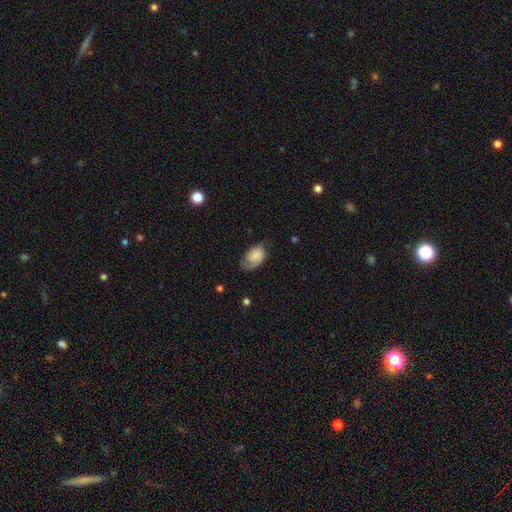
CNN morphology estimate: type=featured or disk (51%); edge-on=no (97%); merging=none (49%).